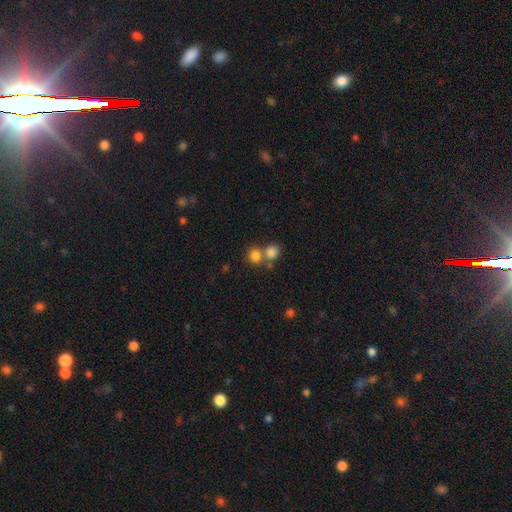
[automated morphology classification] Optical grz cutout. It shows a smooth galaxy with no disk features (81%) that is round (78%). Merging: none (46%).